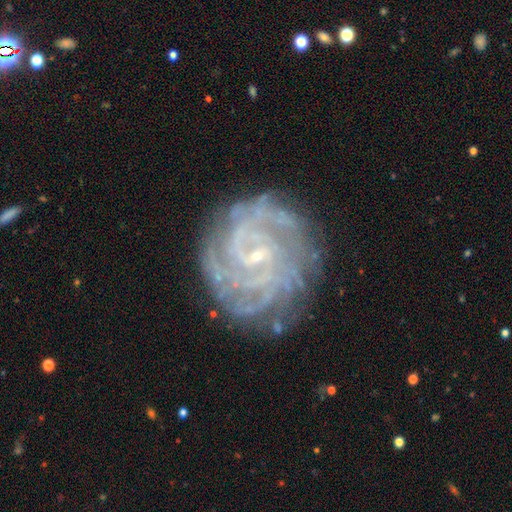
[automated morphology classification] A featured or disk galaxy (88%) with no bar (45%), tight (77%) spiral arms (97%) and a small central bulge (85%). Merging: none (79%).